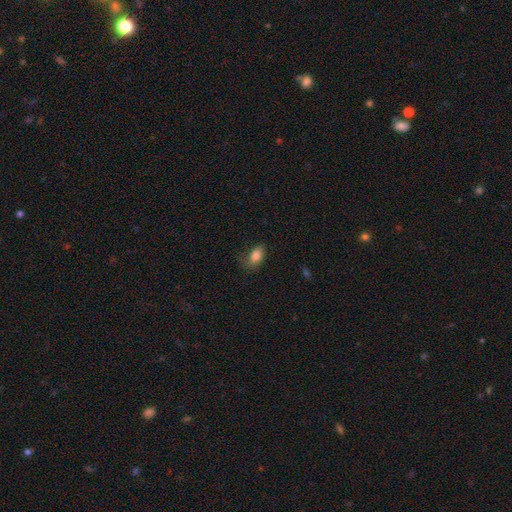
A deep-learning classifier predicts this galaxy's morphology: A smooth galaxy with no disk features (83%) that is in between round and cigar-shaped (87%). Merging: none (54%).